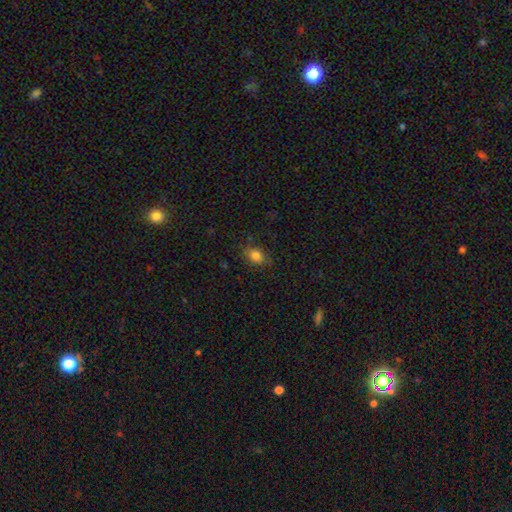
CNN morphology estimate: Q: Smooth or featured?
A: smooth (82%); runner-up: star or artifact (11%)
Q: How rounded?
A: in between (63%); runner-up: round (36%)
Q: Merging?
A: none (79%); runner-up: minor disturbance (15%)